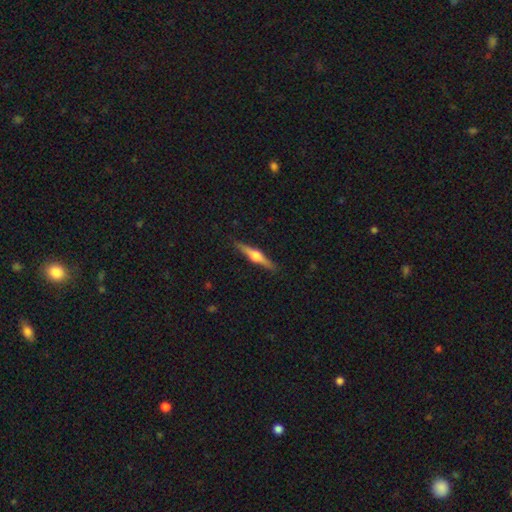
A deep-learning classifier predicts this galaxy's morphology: This is likely a featured or disk galaxy (75%). It is clearly viewed edge-on (98%). Edge-on bulge: clearly rounded (94%). Merging: clearly none (91%).